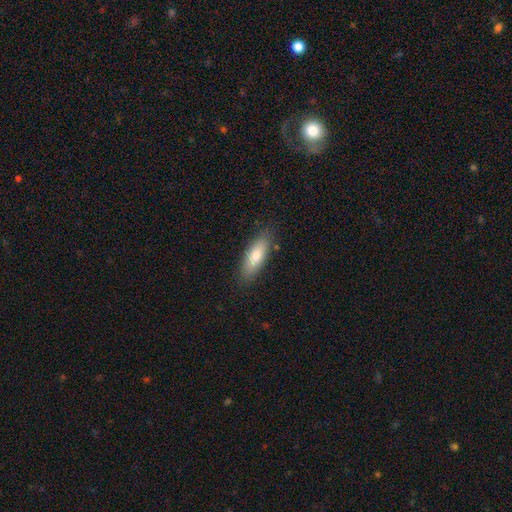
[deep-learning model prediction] smooth_or_featured: smooth (p=0.76) [alt: featured or disk p=0.18]
how_rounded: in between (p=0.57) [alt: cigar-shaped p=0.41]
merging: none (p=0.85) [alt: minor disturbance p=0.11]